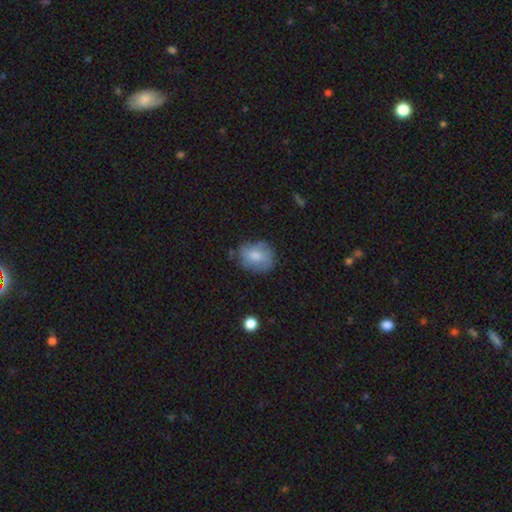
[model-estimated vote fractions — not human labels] A smooth galaxy with no disk features (63%) that is round (50%). Merging: none (64%).